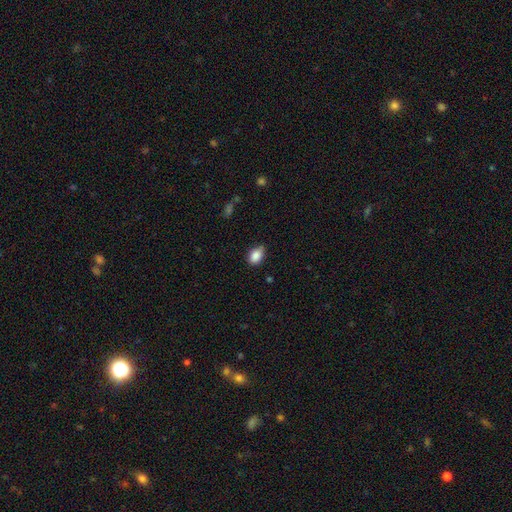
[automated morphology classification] The model was most divided on "merging": none: 75%, minor disturbance: 21%, major disturbance: 3%, merger: 1%. More confident: smooth or featured — smooth (87%); how rounded — in between (81%).